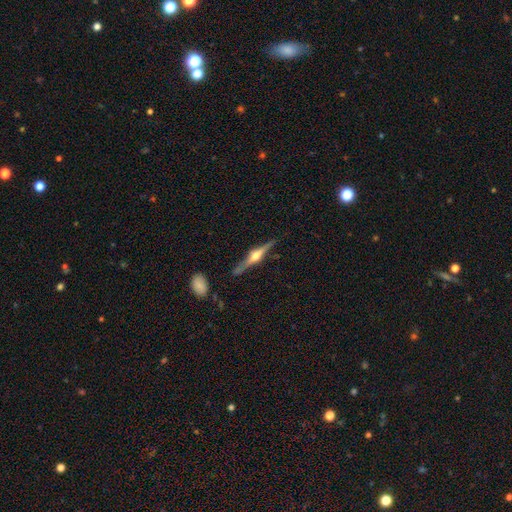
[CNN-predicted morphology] Smooth or featured? featured or disk (79%)
Edge-on disk? yes (98%)
Edge-on bulge? rounded (91%)
Merging? none (85%)